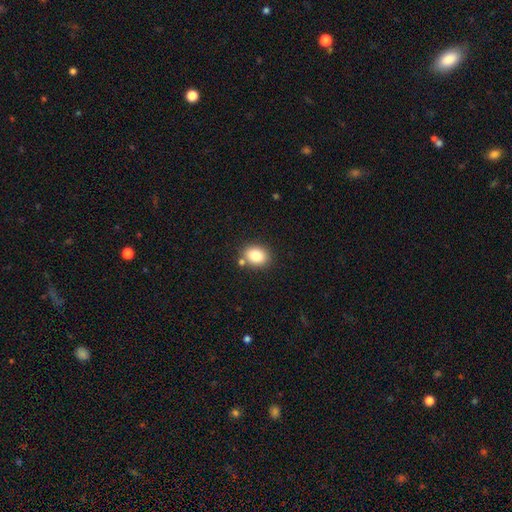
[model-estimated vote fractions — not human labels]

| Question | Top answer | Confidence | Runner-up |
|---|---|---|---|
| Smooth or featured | smooth | 83% | star or artifact (9%) |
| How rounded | in between | 58% | round (41%) |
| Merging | none | 79% | minor disturbance (10%) |